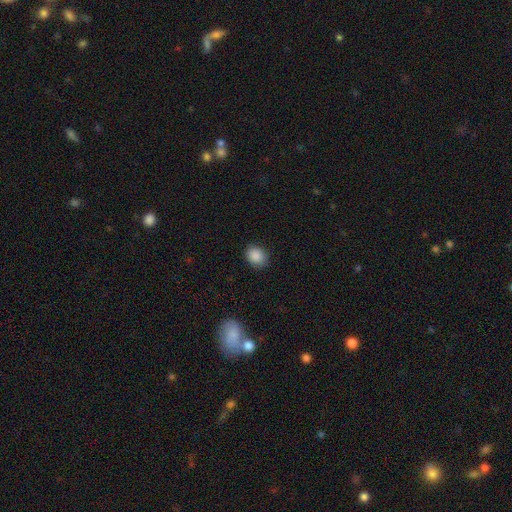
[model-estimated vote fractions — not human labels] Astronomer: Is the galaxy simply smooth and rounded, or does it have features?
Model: smooth — 88%.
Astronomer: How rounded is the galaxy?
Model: round — 57% (runner-up: in between, 42%).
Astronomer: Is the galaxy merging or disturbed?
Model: none — 86%.